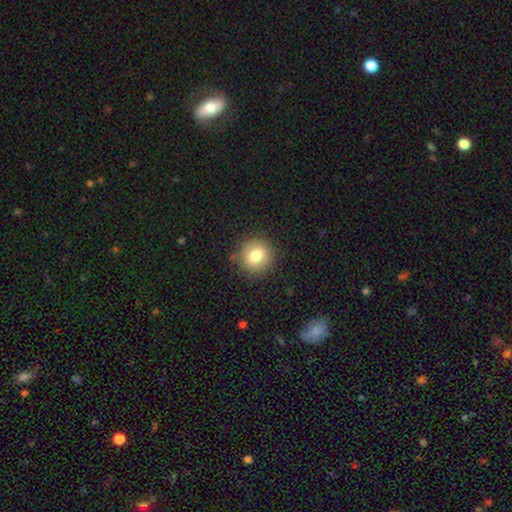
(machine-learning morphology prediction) The model was most divided on "smooth or featured": smooth: 78%, featured or disk: 12%, star or artifact: 10%. More confident: how rounded — round (89%); merging — none (86%).